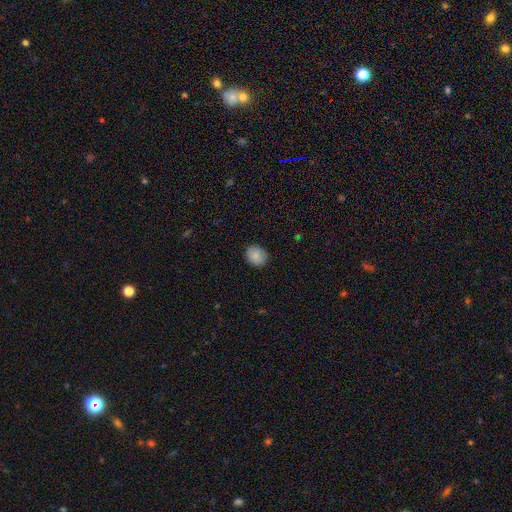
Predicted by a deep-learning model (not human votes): Smooth or featured?
  - smooth: 87% *
  - star or artifact: 8%
  - featured or disk: 6%
How rounded?
  - round: 67% *
  - in between: 32%
  - cigar-shaped: 1%
Merging?
  - none: 88% *
  - minor disturbance: 9%
  - major disturbance: 2%
  - merger: 1%